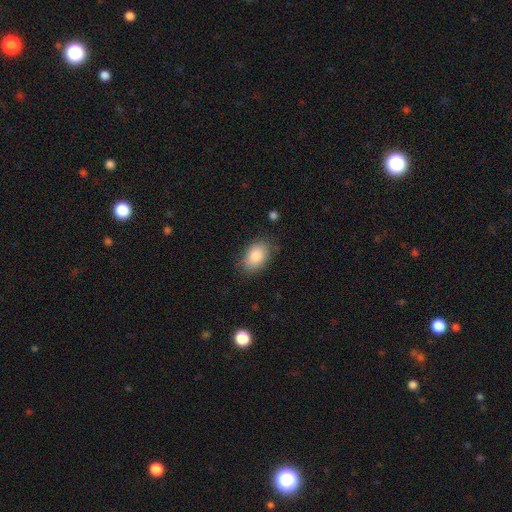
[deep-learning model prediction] A smooth galaxy with no disk features (86%) that is in between round and cigar-shaped (89%).

Vote fractions:
- Smooth or featured? smooth: 86% / featured or disk: 7% / star or artifact: 7%
- How rounded? in between: 89% / round: 10% / cigar-shaped: 1%
- Merging? none: 78% / minor disturbance: 17% / major disturbance: 4% / merger: 1%